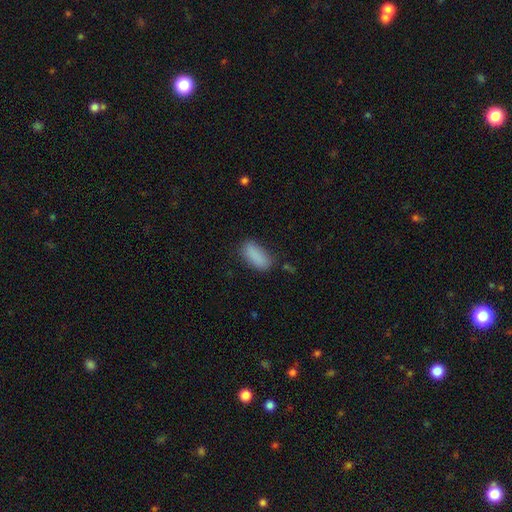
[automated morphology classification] The model was most divided on "merging": none: 73%, minor disturbance: 19%, major disturbance: 5%, merger: 2%. More confident: smooth or featured — smooth (87%); how rounded — in between (83%).